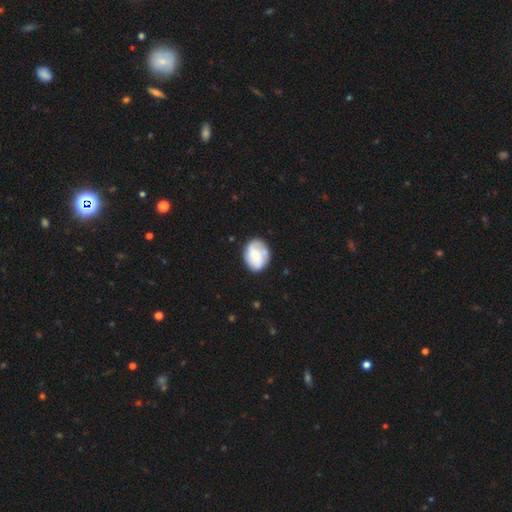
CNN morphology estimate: This is likely a smooth galaxy (62%). How rounded: possibly in between (55%). Merging: likely none (67%).